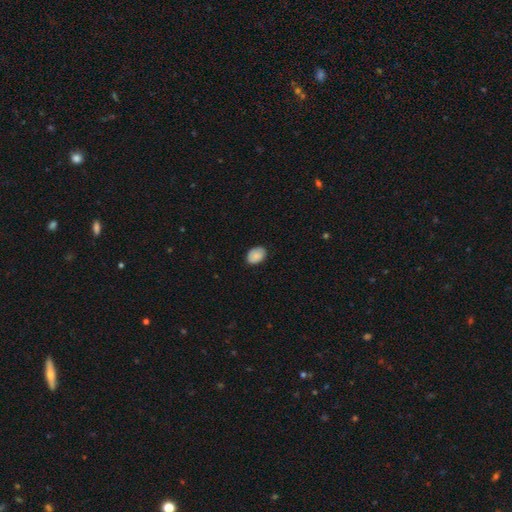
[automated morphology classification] This appears to be a smooth galaxy with no disk features (86%) that is in between round and cigar-shaped (81%). Merging: none (84%).